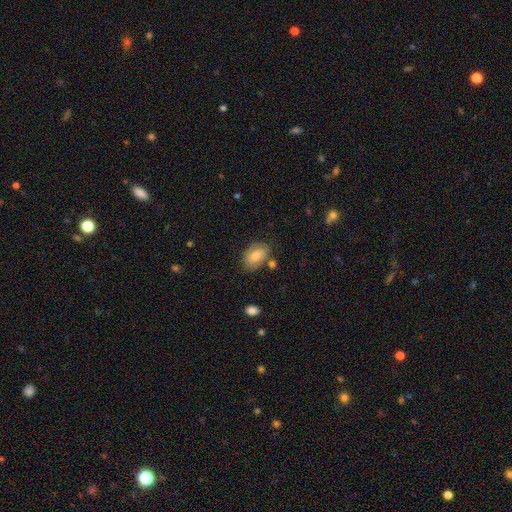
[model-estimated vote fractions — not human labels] A smooth galaxy with no disk features (69%) that is in between round and cigar-shaped (87%).

Vote fractions:
- Smooth or featured? smooth: 69% / featured or disk: 24% / star or artifact: 8%
- How rounded? in between: 87% / round: 11% / cigar-shaped: 2%
- Merging? none: 68% / minor disturbance: 20% / merger: 7% / major disturbance: 6%